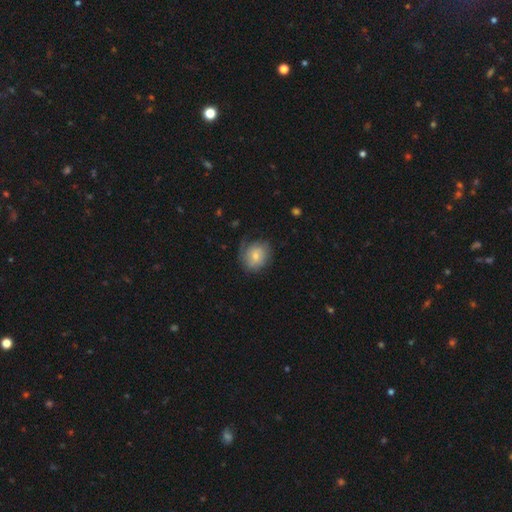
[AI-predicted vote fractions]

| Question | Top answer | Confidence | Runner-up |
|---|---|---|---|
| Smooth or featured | smooth | 62% | featured or disk (30%) |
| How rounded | round | 72% | in between (27%) |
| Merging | none | 60% | minor disturbance (26%) |